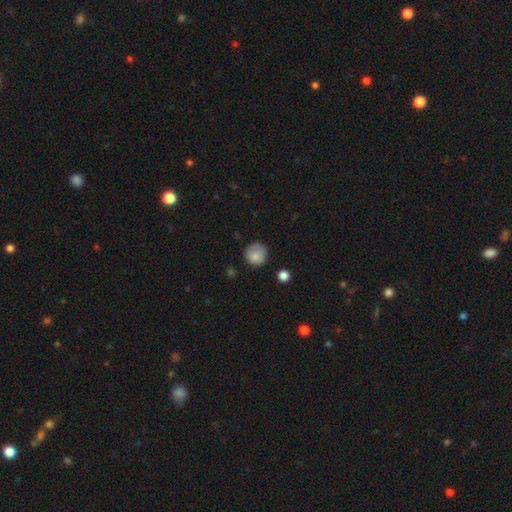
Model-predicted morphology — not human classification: smooth-or-featured: smooth: 83% | featured or disk: 9% | star or artifact: 9%
  how-rounded: round: 90% | in between: 9% | cigar-shaped: 1%
  merging: none: 72% | minor disturbance: 21% | major disturbance: 6% | merger: 2%